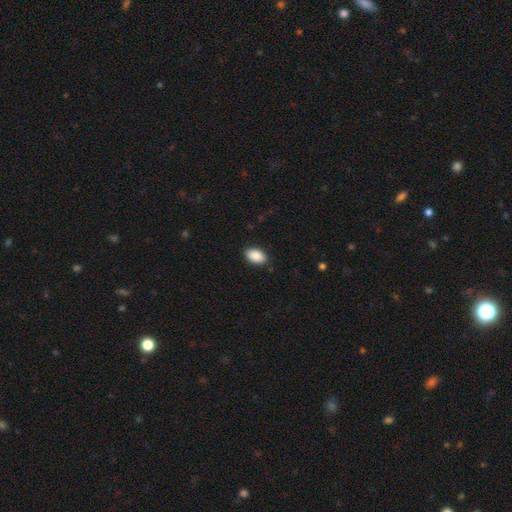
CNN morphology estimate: Overall: smooth (90%). How rounded: in between (92%). Merging: none (87%).